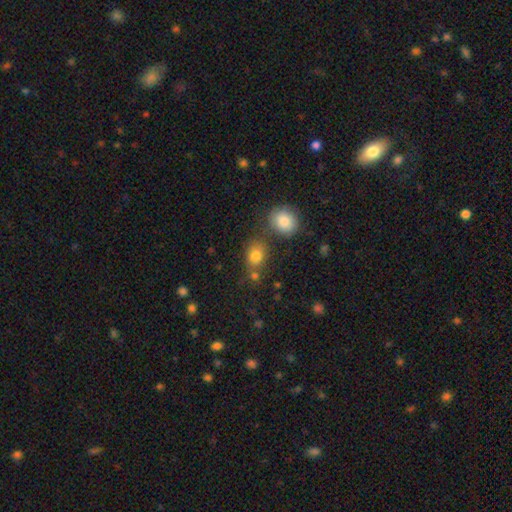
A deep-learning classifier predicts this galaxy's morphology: type=smooth (80%); roundness=in between (52%); merging=none (62%).